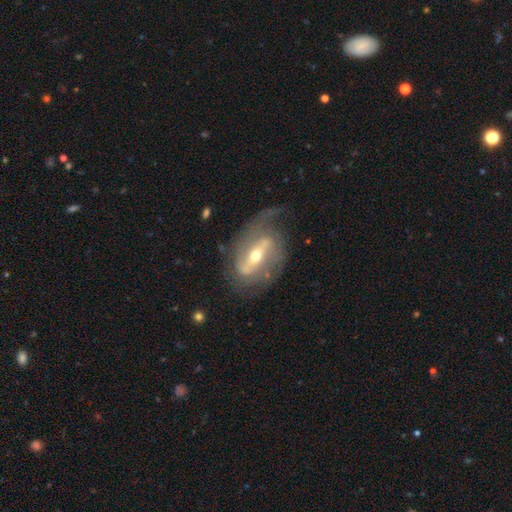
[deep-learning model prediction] Overall: featured or disk (83%). Edge-on disk: no (92%). Bar: strong (60%; weak 27%). Spiral arms: yes (87%). Spiral arm count: 2 (70%). Spiral winding: medium (40%; loose 34%). Bulge size: moderate (60%; small 35%). Merging: none (54%; minor disturbance 23%).